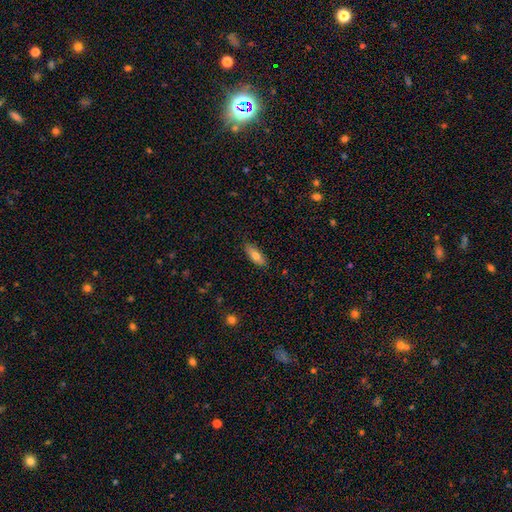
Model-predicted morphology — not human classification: Q: Smooth or featured?
A: smooth (77%); runner-up: featured or disk (17%)
Q: How rounded?
A: in between (68%); runner-up: cigar-shaped (30%)
Q: Merging?
A: none (84%); runner-up: minor disturbance (13%)